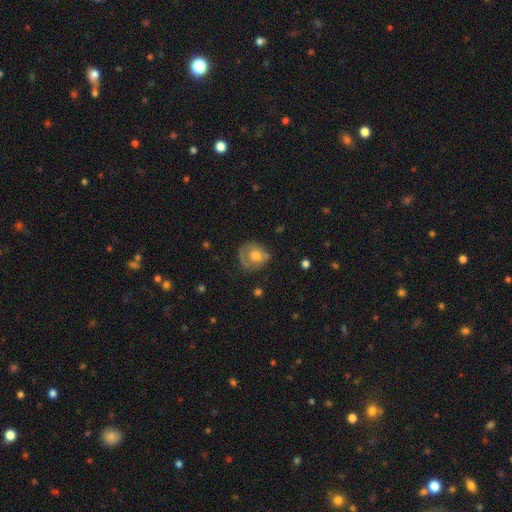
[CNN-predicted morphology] This appears to be a smooth galaxy with no disk features (52%) that is round (75%). Merging: none (54%).